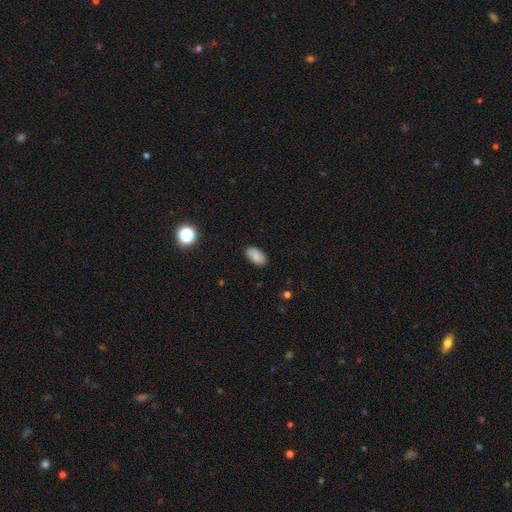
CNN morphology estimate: smooth_or_featured: smooth (p=0.85) [alt: star or artifact p=0.09]
how_rounded: in between (p=0.94) [alt: round p=0.04]
merging: none (p=0.87) [alt: minor disturbance p=0.10]